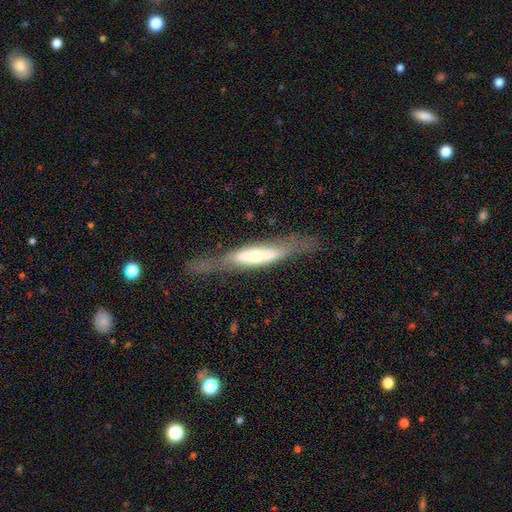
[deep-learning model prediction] This is possibly a featured or disk galaxy (60%). It is likely viewed edge-on (74%). Merging: likely none (61%).